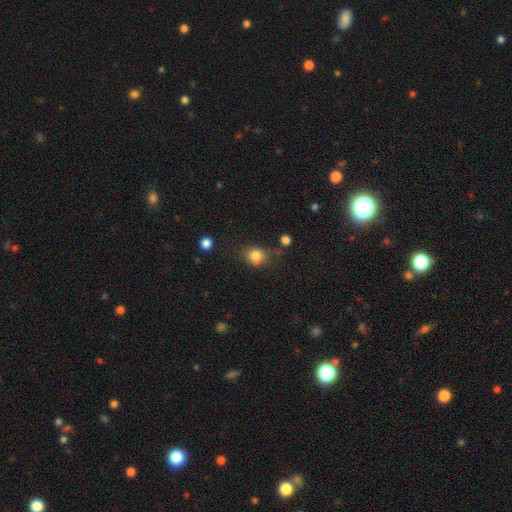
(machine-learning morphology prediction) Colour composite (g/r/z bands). It shows a smooth galaxy with no disk features (80%) that is round (63%). Merging: none (60%).